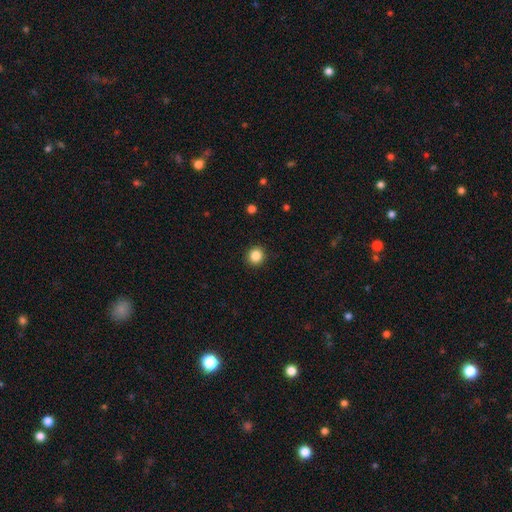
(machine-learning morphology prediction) This is clearly a smooth galaxy (86%). How rounded: clearly round (91%). Merging: clearly none (91%).